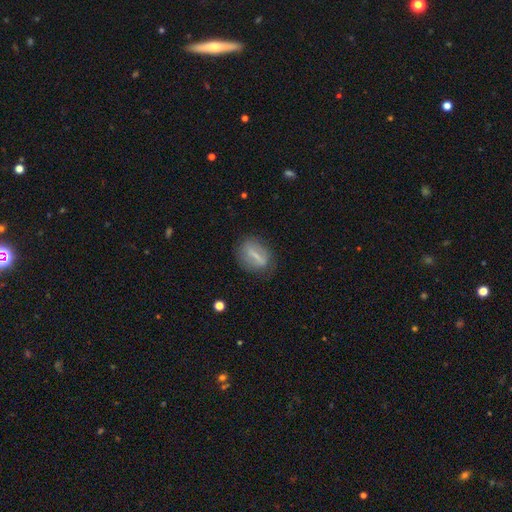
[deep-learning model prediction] smooth_or_featured: featured or disk (p=0.52) [alt: smooth p=0.39]
disk_edge_on: no (p=0.82) [alt: yes p=0.18]
merging: none (p=0.77) [alt: minor disturbance p=0.15]